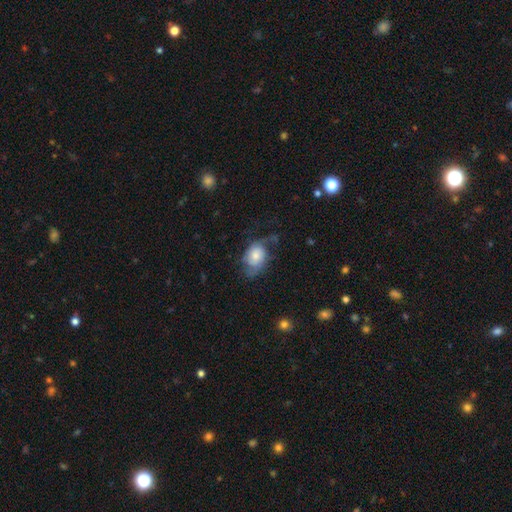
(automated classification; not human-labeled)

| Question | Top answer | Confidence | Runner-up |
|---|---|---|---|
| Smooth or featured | smooth | 51% | featured or disk (41%) |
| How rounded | in between | 73% | round (25%) |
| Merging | none | 38% | major disturbance (32%) |